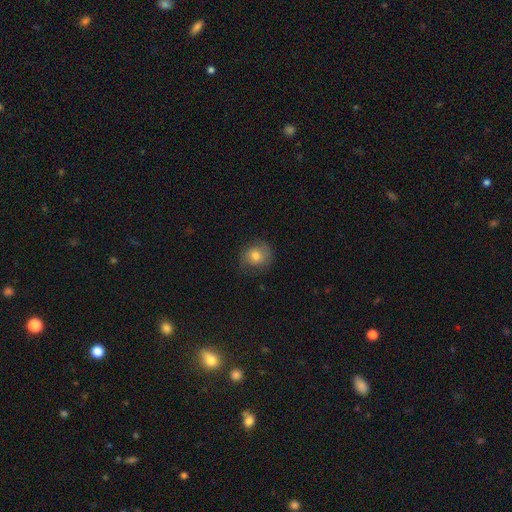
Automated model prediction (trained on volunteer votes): Overall: smooth (68%). How rounded: round (76%). Merging: none (73%).